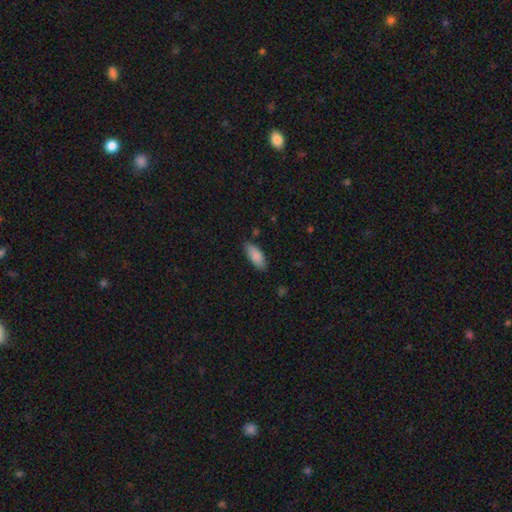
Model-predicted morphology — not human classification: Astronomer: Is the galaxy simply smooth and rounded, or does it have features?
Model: smooth — 87%.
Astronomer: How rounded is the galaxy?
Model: in between — 81%.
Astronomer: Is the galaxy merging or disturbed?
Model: none — 81%.